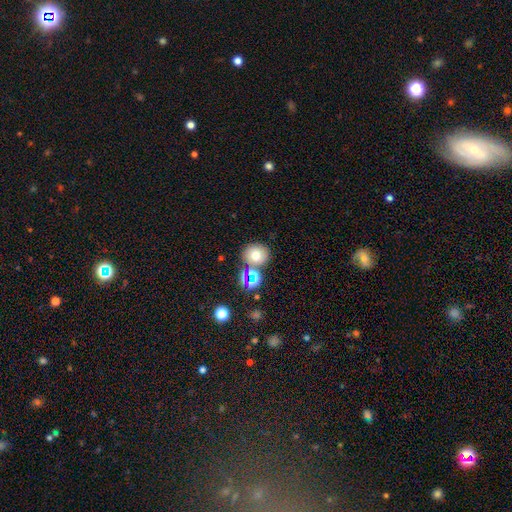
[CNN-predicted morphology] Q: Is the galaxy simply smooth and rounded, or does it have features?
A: smooth — 68%.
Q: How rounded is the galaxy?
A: round — 81%.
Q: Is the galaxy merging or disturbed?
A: none — 67%.